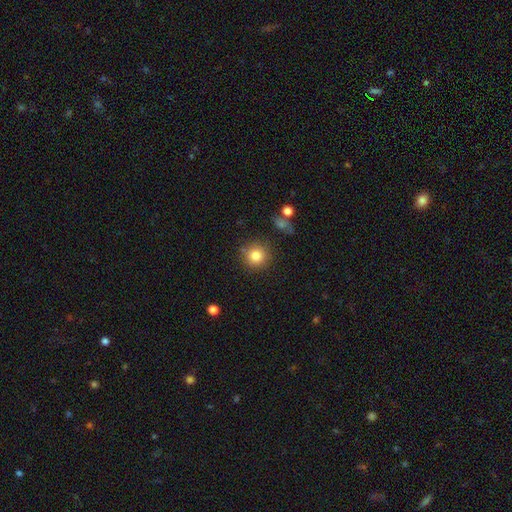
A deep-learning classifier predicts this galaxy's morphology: A smooth galaxy with no disk features (83%) that is round (94%).

Vote fractions:
- Smooth or featured? smooth: 83% / star or artifact: 10% / featured or disk: 7%
- How rounded? round: 94% / in between: 5% / cigar-shaped: 1%
- Merging? none: 85% / minor disturbance: 9% / merger: 3% / major disturbance: 3%